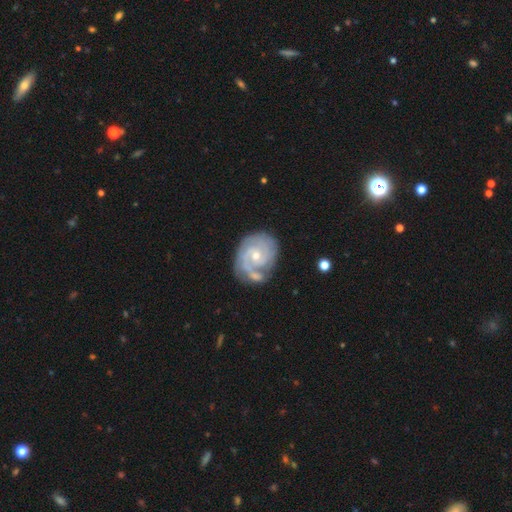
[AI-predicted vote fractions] featured or disk 85%, smooth 9%, star or artifact 5%. Down the decision tree: edge-on disk — no (98%); bar — no (66%); spiral arms — yes (96%); spiral arm count — 2 (38%); spiral winding — tight (68%); bulge size — small (53%); merging — none (53%).